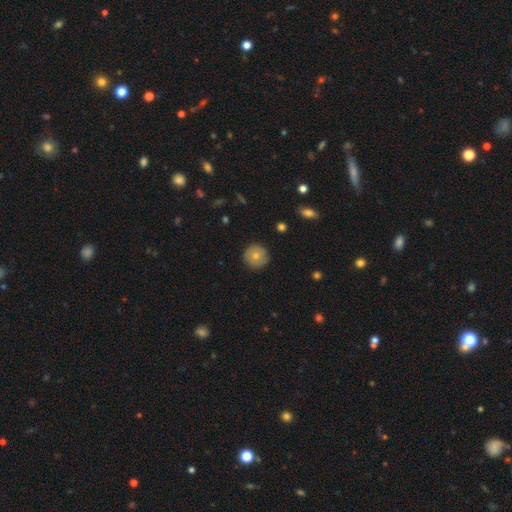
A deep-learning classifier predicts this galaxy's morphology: type=smooth (71%); roundness=round (95%); merging=none (89%).